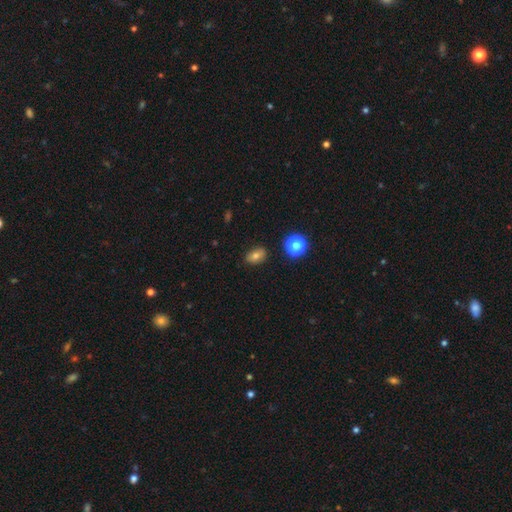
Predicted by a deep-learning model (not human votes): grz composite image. It shows a smooth galaxy with no disk features (73%) that is in between round and cigar-shaped (75%). Merging: none (83%).